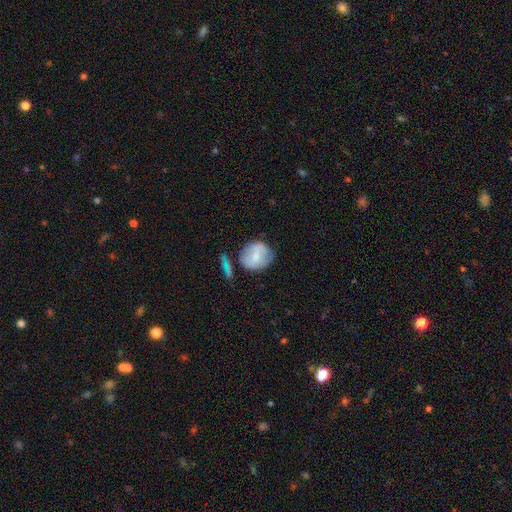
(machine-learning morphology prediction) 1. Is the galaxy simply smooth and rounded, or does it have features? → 61% smooth, 32% featured or disk, 7% star or artifact.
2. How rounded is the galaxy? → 66% round, 33% in between, 1% cigar-shaped.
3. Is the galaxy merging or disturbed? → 56% none, 25% minor disturbance, 10% merger, 9% major disturbance.